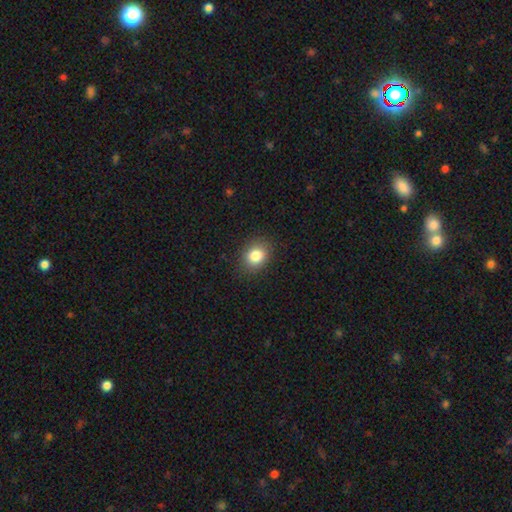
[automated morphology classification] smooth 83%, star or artifact 11%, featured or disk 7%. Down the decision tree: how rounded — round (56%); merging — none (88%).